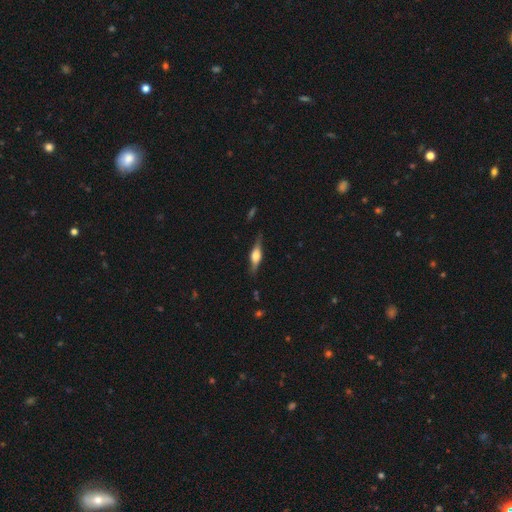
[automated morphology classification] Smooth or featured? Predicted: featured or disk (p=0.63). Edge-on disk? Predicted: yes (p=0.95). Edge-on bulge? Predicted: rounded (p=0.88). Merging? Predicted: none (p=0.81).